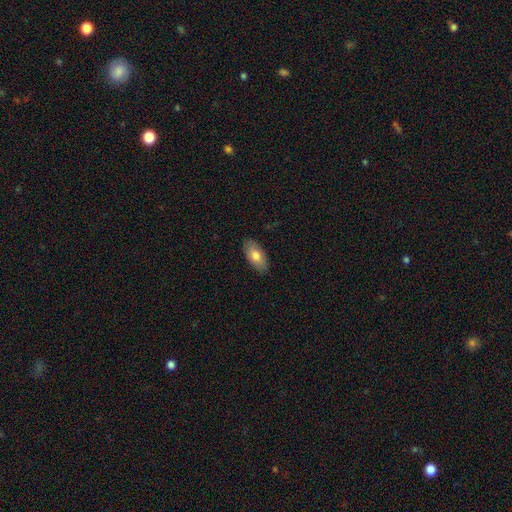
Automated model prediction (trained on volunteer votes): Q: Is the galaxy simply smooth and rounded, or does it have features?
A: smooth — 78%.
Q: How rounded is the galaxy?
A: in between — 92%.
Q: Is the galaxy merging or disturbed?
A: none — 87%.